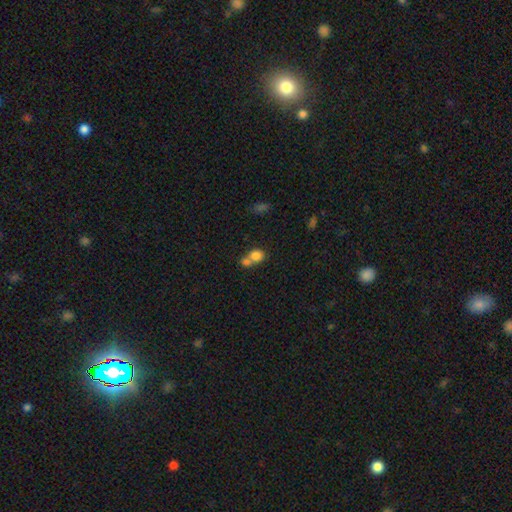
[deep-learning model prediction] smooth 79%, featured or disk 12%, star or artifact 10%. Down the decision tree: how rounded — round (62%); merging — merger (59%).